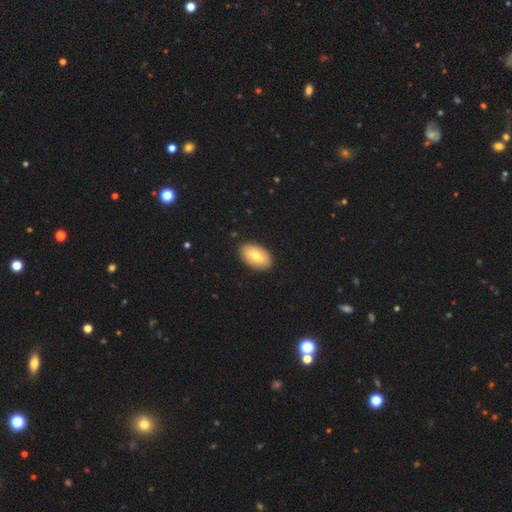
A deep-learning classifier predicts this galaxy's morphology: Smooth or featured?
  - smooth: 69% *
  - featured or disk: 25%
  - star or artifact: 6%
How rounded?
  - in between: 94% *
  - round: 4%
  - cigar-shaped: 2%
Merging?
  - none: 88% *
  - minor disturbance: 9%
  - major disturbance: 2%
  - merger: 1%